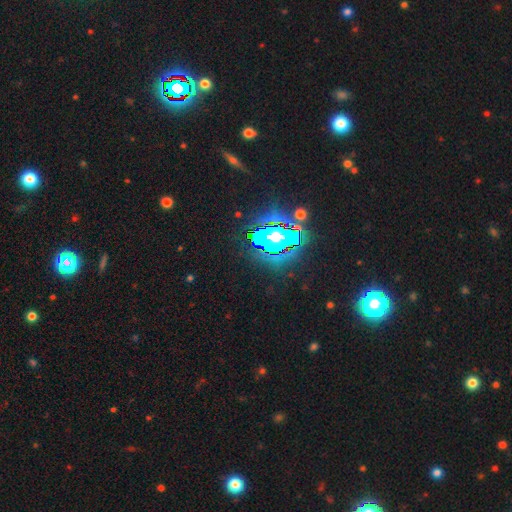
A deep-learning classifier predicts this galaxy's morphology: smooth-or-featured: star or artifact: 83% | smooth: 10% | featured or disk: 8%